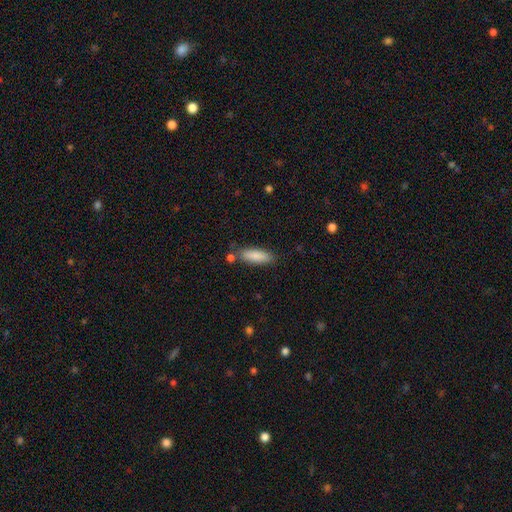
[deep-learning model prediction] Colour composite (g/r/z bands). It shows a smooth galaxy with no disk features (86%) that is in between round and cigar-shaped (51%). Merging: none (76%).